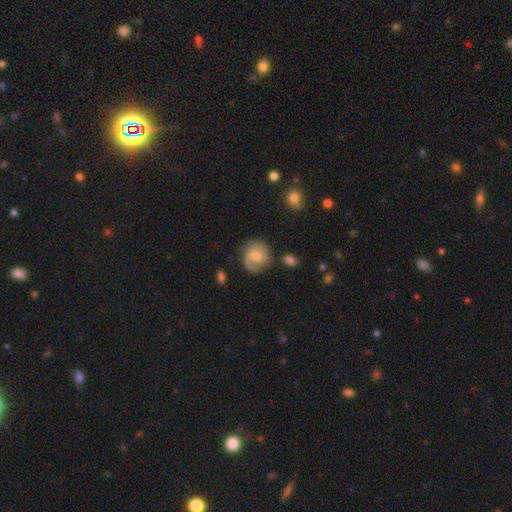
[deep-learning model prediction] Smooth or featured? Predicted: featured or disk (p=0.54). Edge-on disk? Predicted: no (p=0.97). Bar? Predicted: no (p=0.59). Spiral arms? Predicted: yes (p=0.86). Bulge size? Predicted: small (p=0.48). Merging? Predicted: none (p=0.66).